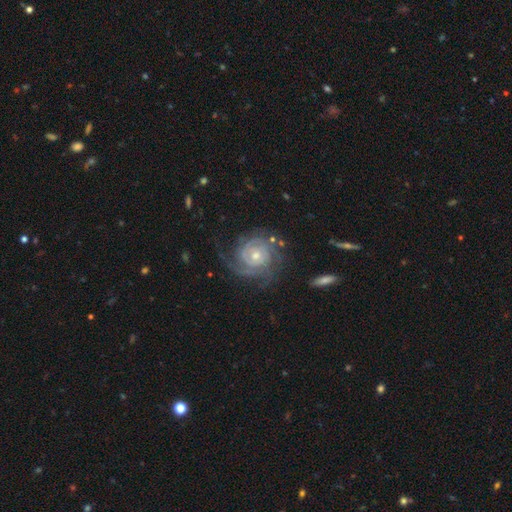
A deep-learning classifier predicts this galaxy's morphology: A featured or disk galaxy (87%) with no bar (74%), tight (73%) spiral arms (95%) and a moderate central bulge (57%).

Vote fractions:
- Smooth or featured? featured or disk: 87% / smooth: 8% / star or artifact: 5%
- Edge-on disk? no: 97% / yes: 3%
- Bar? no: 74% / weak: 22% / strong: 5%
- Spiral arms? yes: 95% / no: 5%
- Spiral winding? tight: 73% / medium: 21% / loose: 6%
- Spiral arm count? can't tell: 32% / 2: 24% / 3: 21% / 4: 11% / 1: 6% / more than 4: 6%
- Bulge size? moderate: 57% / small: 36% / large: 4% / none: 1% / dominant: 1%
- Merging? none: 66% / minor disturbance: 18% / major disturbance: 13% / merger: 2%